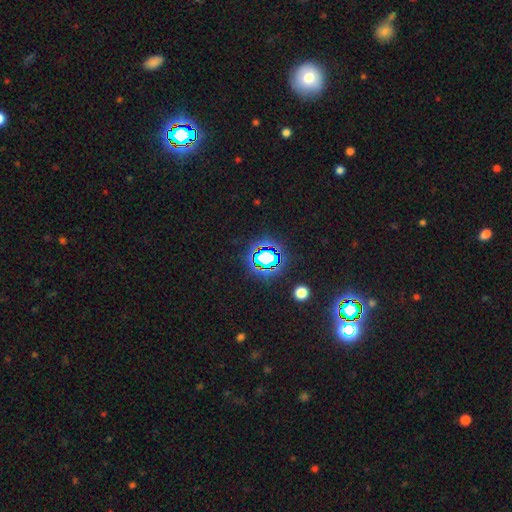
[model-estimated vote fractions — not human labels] A star or artifact, not a galaxy (79%).